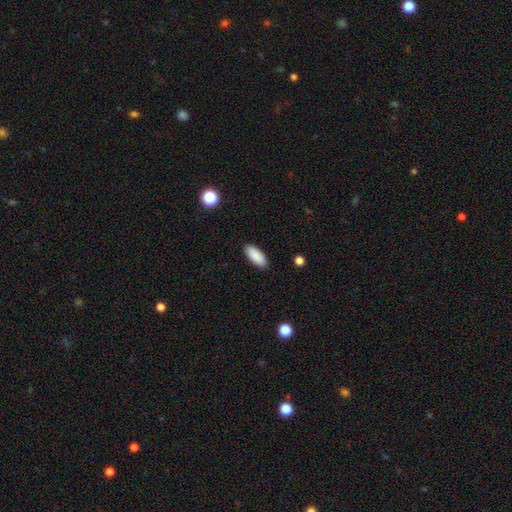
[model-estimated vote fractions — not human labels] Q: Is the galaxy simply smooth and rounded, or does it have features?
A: smooth — 90%.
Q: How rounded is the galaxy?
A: in between — 82%.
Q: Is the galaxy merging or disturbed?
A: none — 90%.